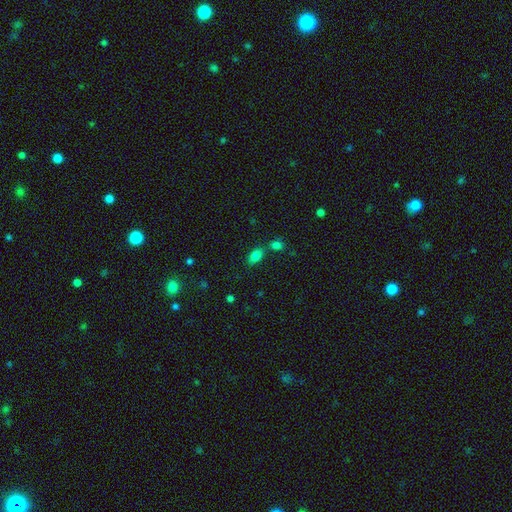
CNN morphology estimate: smooth_or_featured: smooth (p=0.81) [alt: star or artifact p=0.11]
how_rounded: in between (p=0.88) [alt: round p=0.08]
merging: none (p=0.62) [alt: merger p=0.22]